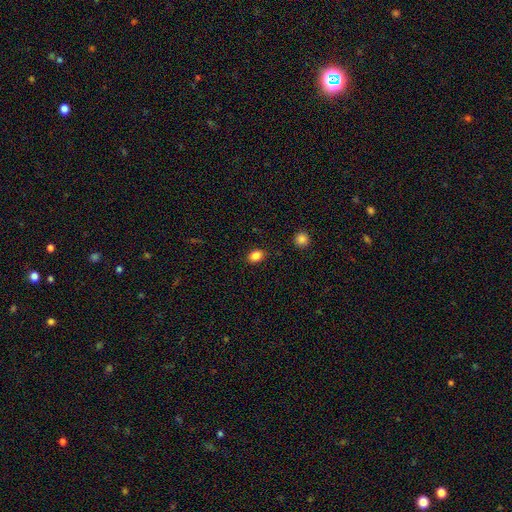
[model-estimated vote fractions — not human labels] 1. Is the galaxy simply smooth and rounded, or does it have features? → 85% smooth, 10% star or artifact, 5% featured or disk.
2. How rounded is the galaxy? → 62% in between, 37% round, 1% cigar-shaped.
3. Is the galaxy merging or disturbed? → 88% none, 8% minor disturbance, 2% major disturbance, 1% merger.